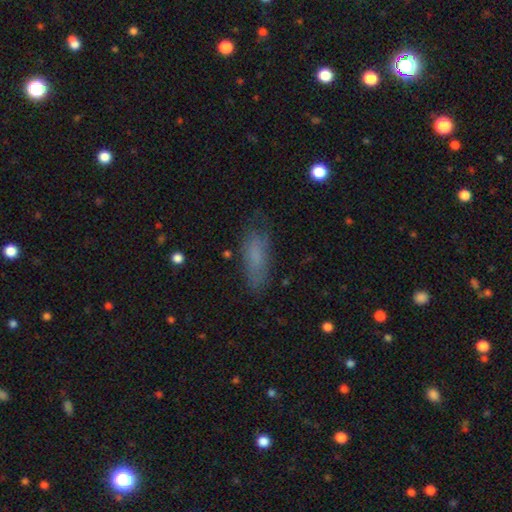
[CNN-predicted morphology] Overall: smooth (71%). How rounded: in between (62%; cigar-shaped 35%). Merging: none (70%).